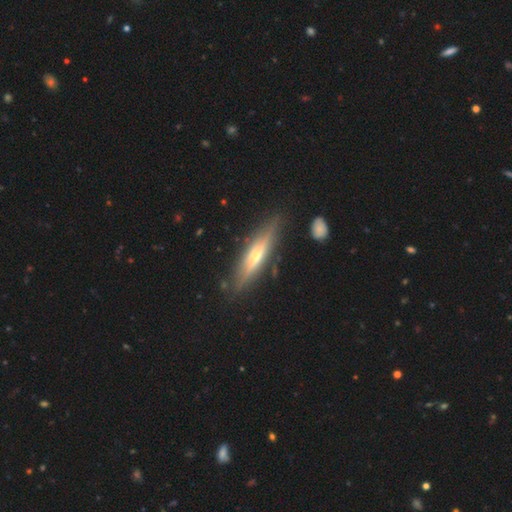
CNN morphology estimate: The model was most divided on "smooth or featured": featured or disk: 66%, smooth: 28%, star or artifact: 6%. More confident: edge-on disk — yes (89%); merging — none (82%); edge-on bulge — rounded (81%).